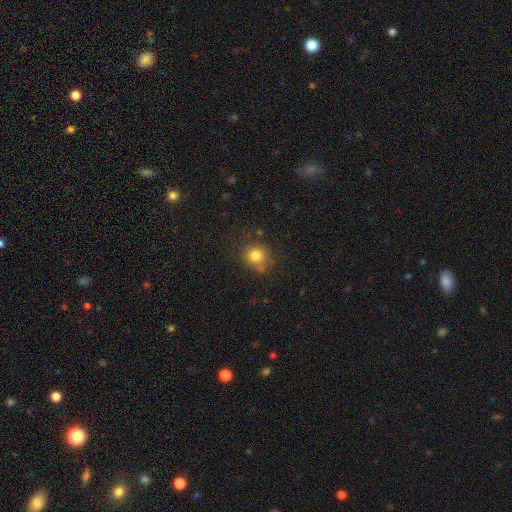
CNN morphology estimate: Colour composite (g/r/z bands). It shows a smooth galaxy with no disk features (81%) that is round (86%). Merging: none (73%).